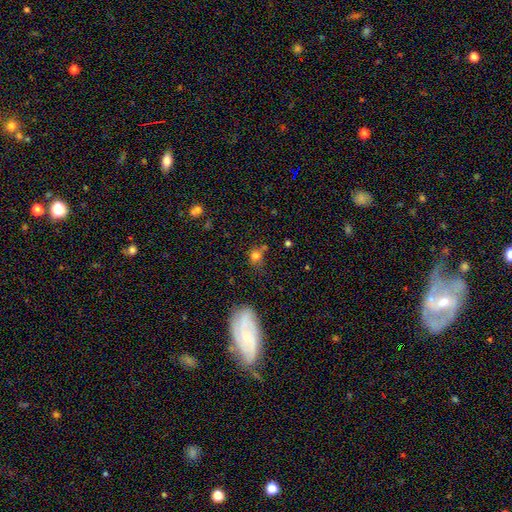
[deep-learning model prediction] A smooth galaxy with no disk features (75%) that is round (73%).

Vote fractions:
- Smooth or featured? smooth: 75% / star or artifact: 16% / featured or disk: 9%
- How rounded? round: 73% / in between: 25% / cigar-shaped: 2%
- Merging? none: 56% / minor disturbance: 19% / merger: 16% / major disturbance: 9%